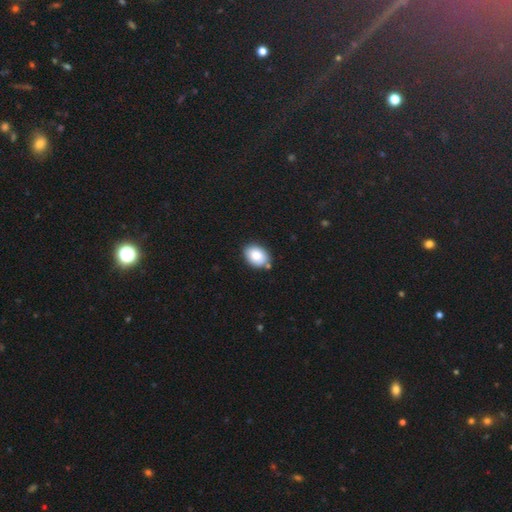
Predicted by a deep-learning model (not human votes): This appears to be a smooth galaxy with no disk features (84%) that is in between round and cigar-shaped (74%). Merging: none (78%).